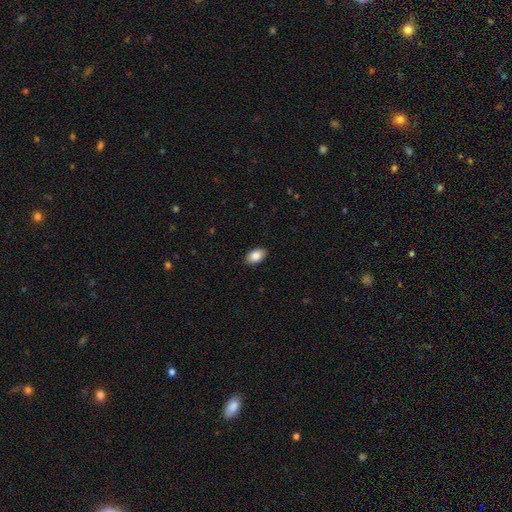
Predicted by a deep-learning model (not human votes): This is clearly a smooth galaxy (86%). How rounded: clearly in between (91%). Merging: clearly none (89%).